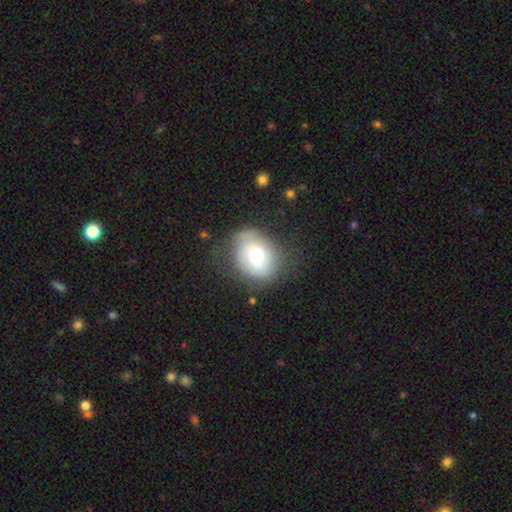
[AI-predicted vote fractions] The model was most divided on "how rounded": round: 58%, in between: 41%, cigar-shaped: 1%. More confident: merging — none (64%); smooth or featured — smooth (60%).